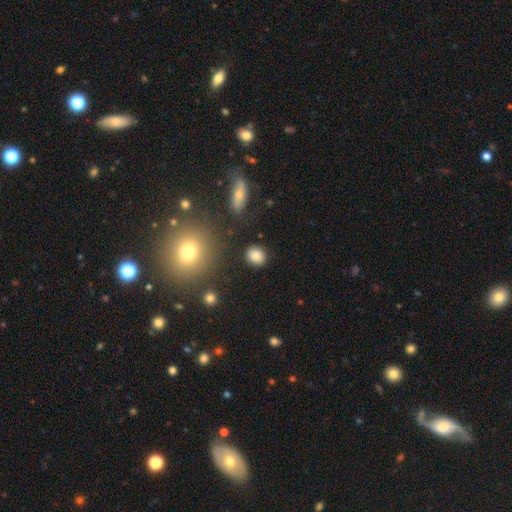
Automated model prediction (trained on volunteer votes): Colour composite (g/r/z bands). It shows a smooth galaxy with no disk features (84%) that is round (68%). Merging: none (86%).